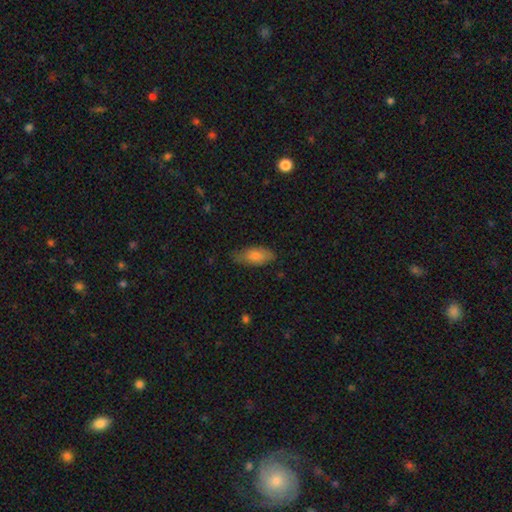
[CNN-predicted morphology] This appears to be a smooth galaxy with no disk features (74%) that is in between round and cigar-shaped (85%). Merging: none (73%).